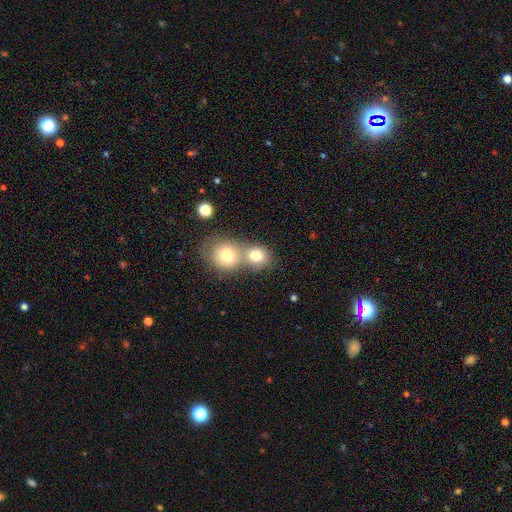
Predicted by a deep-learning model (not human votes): smooth 77%, featured or disk 13%, star or artifact 10%. Down the decision tree: how rounded — round (70%); merging — merger (59%).